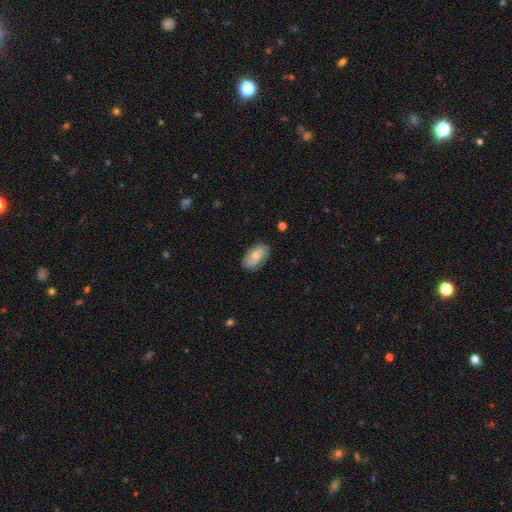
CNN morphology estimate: smooth 59%, featured or disk 35%, star or artifact 7%. Down the decision tree: how rounded — in between (93%); merging — none (81%).